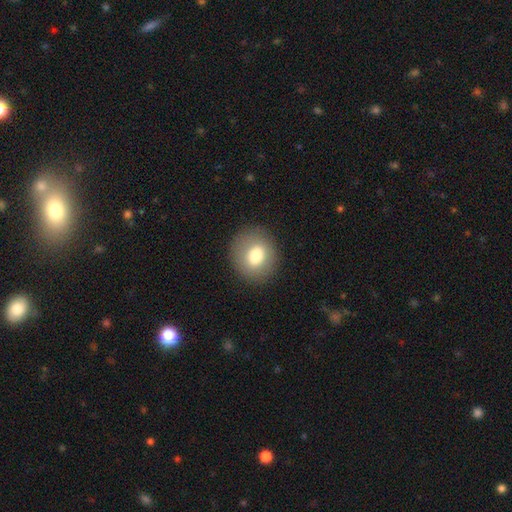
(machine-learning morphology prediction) A smooth galaxy with no disk features (73%) that is round (73%). Merging: none (88%).